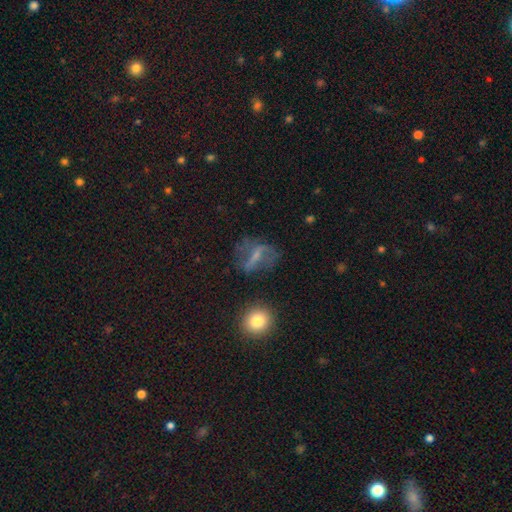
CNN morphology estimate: This is possibly a featured or disk galaxy (55%). It is clearly not viewed edge-on (89%). Merging: possibly none (54%).